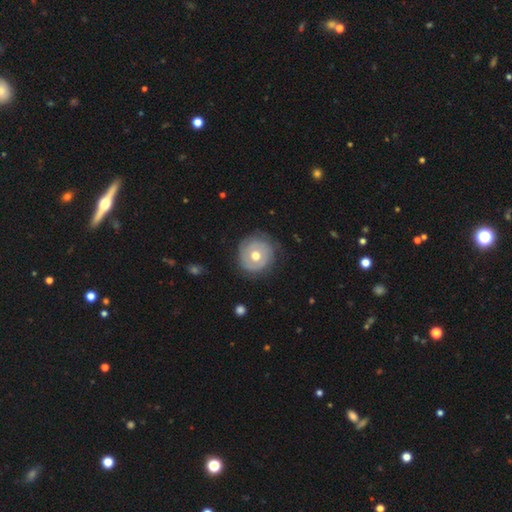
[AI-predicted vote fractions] The model was most divided on "spiral arms": yes: 59%, no: 41%. More confident: edge-on disk — no (97%); bar — no (84%); bulge size — moderate (80%); merging — none (73%); smooth or featured — featured or disk (58%).